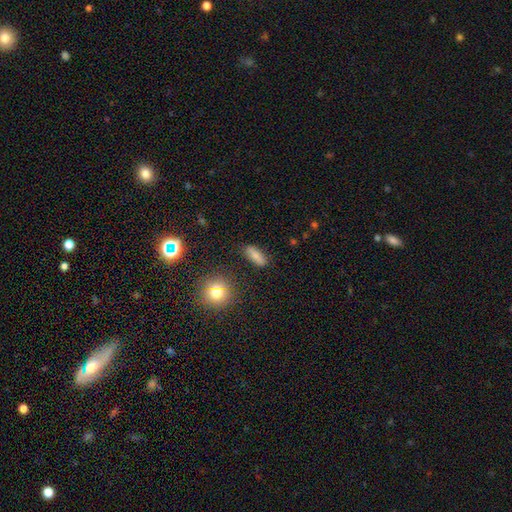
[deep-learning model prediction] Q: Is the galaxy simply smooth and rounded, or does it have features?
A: smooth — 77%.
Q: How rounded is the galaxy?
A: in between — 61%.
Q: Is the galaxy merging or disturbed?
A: none — 82%.